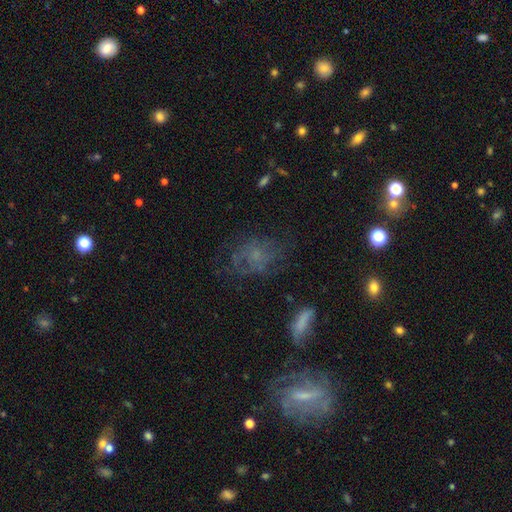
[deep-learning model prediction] A featured or disk galaxy (41%). Merging: none (54%).